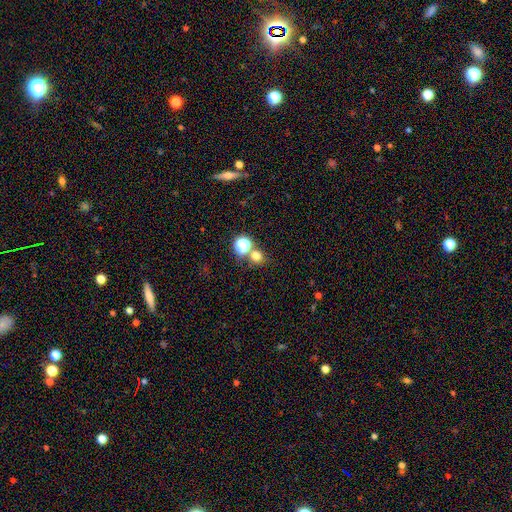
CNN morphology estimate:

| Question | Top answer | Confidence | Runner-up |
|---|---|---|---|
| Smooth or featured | smooth | 71% | star or artifact (23%) |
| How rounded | round | 86% | in between (13%) |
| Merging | none | 67% | merger (22%) |